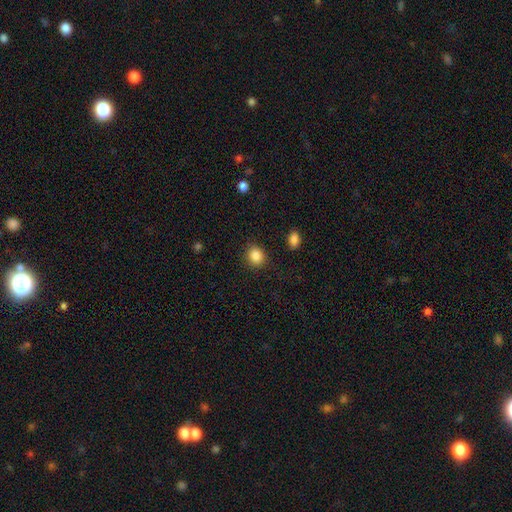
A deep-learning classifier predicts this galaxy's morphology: Smooth or featured? smooth (87%)
How rounded? round (74%)
Merging? none (87%)